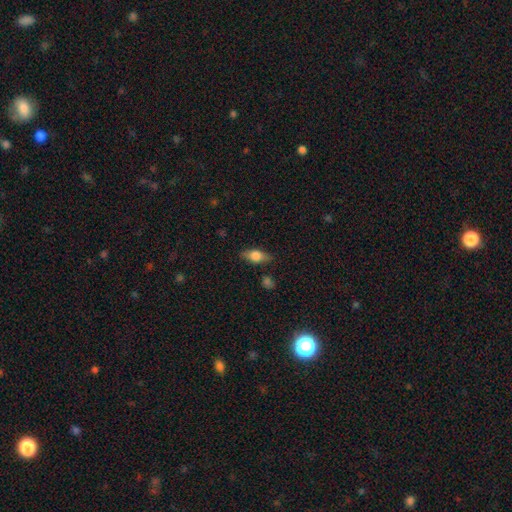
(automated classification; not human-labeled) Morphology: type=smooth (65%); roundness=in between (78%); merging=none (81%).